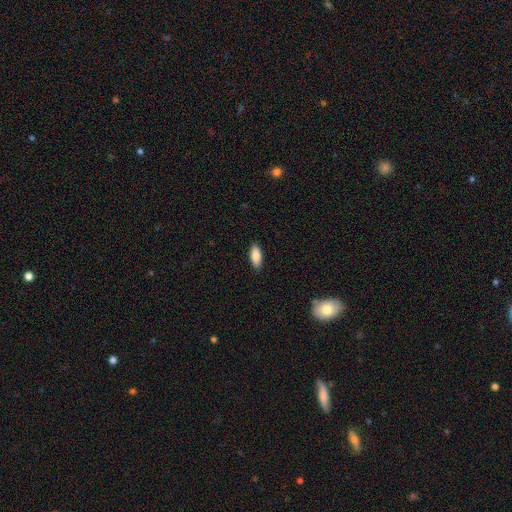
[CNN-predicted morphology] smooth 87%, featured or disk 7%, star or artifact 6%. Down the decision tree: how rounded — in between (81%); merging — none (89%).